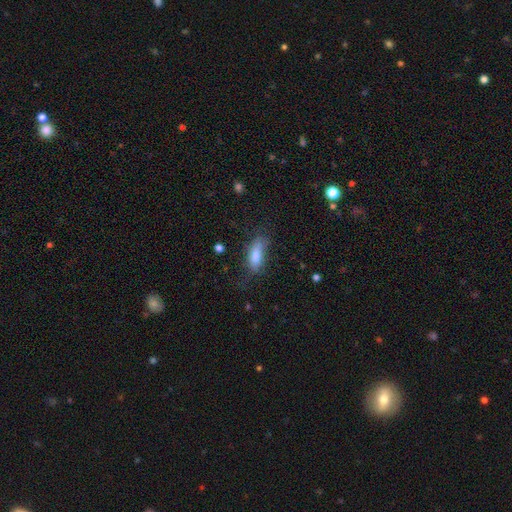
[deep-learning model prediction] smooth-or-featured: smooth: 74% | featured or disk: 18% | star or artifact: 8%
  how-rounded: in between: 69% | cigar-shaped: 28% | round: 3%
  merging: none: 57% | minor disturbance: 27% | major disturbance: 13% | merger: 2%